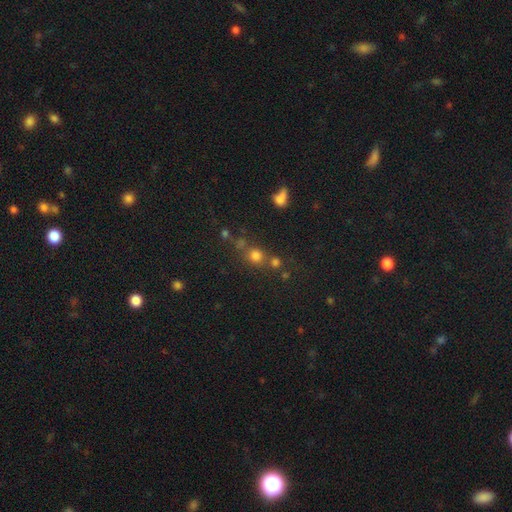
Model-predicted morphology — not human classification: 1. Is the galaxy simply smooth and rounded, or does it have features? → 74% smooth, 18% star or artifact, 8% featured or disk.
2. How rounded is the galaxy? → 85% round, 14% in between, 1% cigar-shaped.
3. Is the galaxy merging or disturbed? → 62% none, 23% merger, 10% minor disturbance, 5% major disturbance.